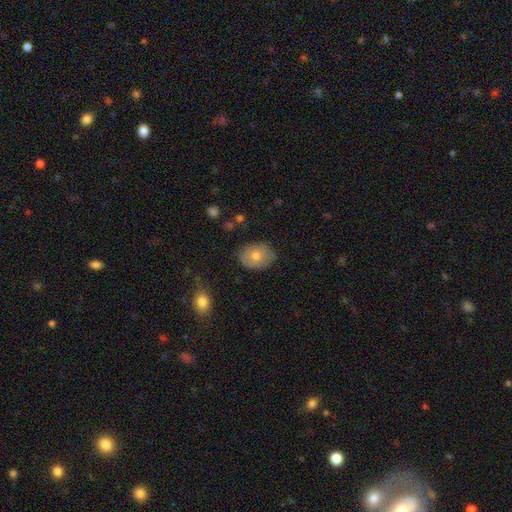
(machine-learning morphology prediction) Overall: smooth (68%). How rounded: in between (65%; round 34%). Merging: none (80%).